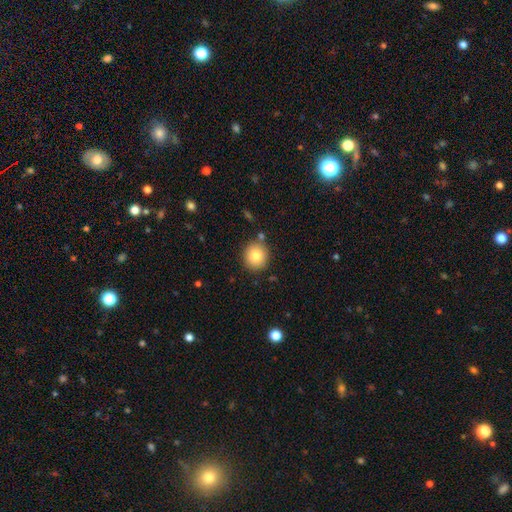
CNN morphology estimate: A smooth galaxy with no disk features (82%) that is round (87%). Merging: none (84%).